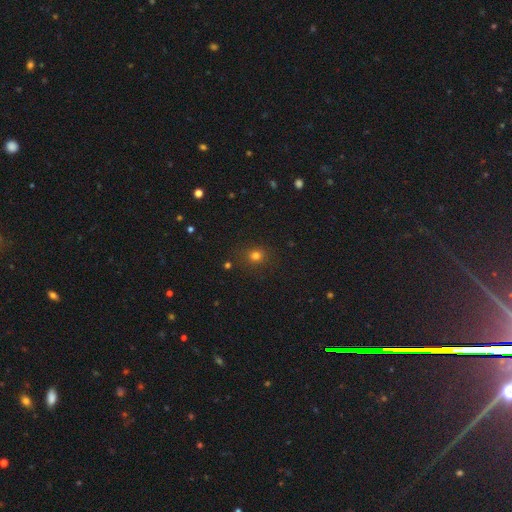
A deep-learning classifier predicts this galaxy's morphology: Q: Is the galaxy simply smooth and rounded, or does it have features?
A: smooth — 75%.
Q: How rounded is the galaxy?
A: round — 81%.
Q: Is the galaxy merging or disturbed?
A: none — 85%.